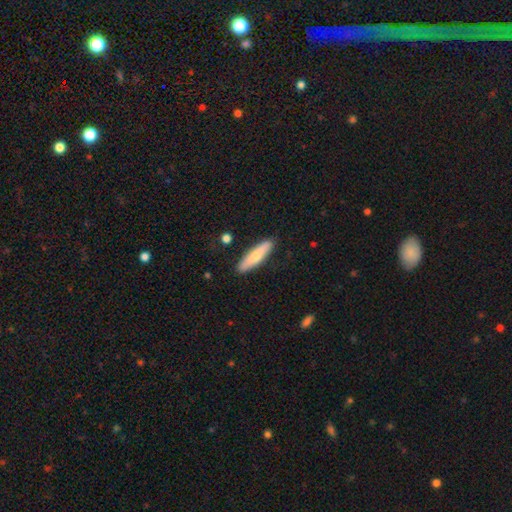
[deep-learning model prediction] Smooth or featured? smooth (69%)
How rounded? cigar-shaped (76%)
Merging? none (88%)